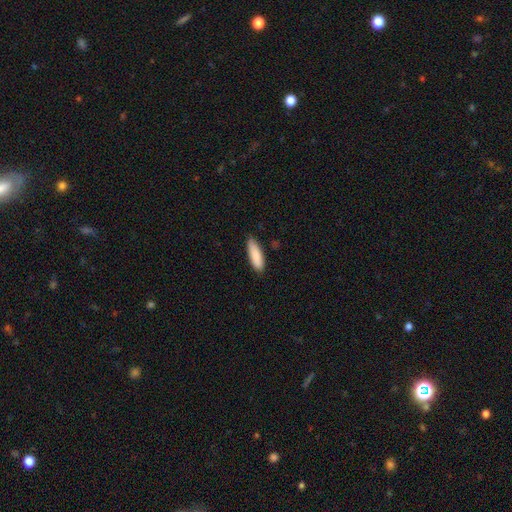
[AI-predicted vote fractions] The model was most divided on "how rounded": cigar-shaped: 53%, in between: 46%, round: 1%. More confident: smooth or featured — smooth (88%); merging — none (85%).